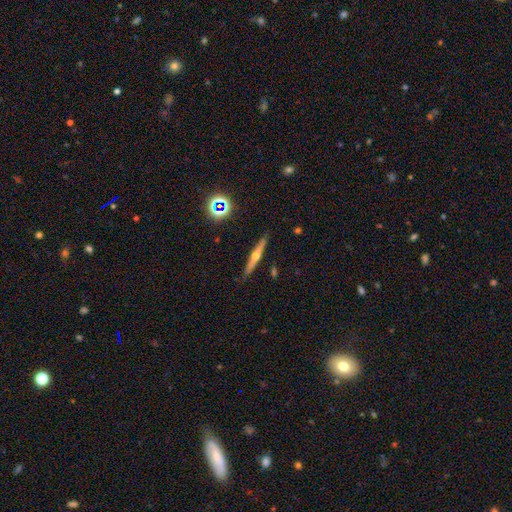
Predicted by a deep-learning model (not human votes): smooth_or_featured: featured or disk (p=0.68) [alt: smooth p=0.23]
disk_edge_on: yes (p=0.97) [alt: no p=0.03]
edge_on_bulge: rounded (p=0.91) [alt: none p=0.06]
merging: none (p=0.89) [alt: minor disturbance p=0.08]